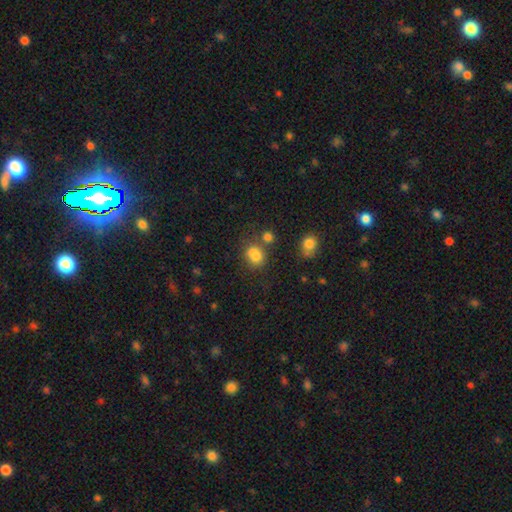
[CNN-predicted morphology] A smooth galaxy with no disk features (78%) that is round (51%). Merging: none (50%).